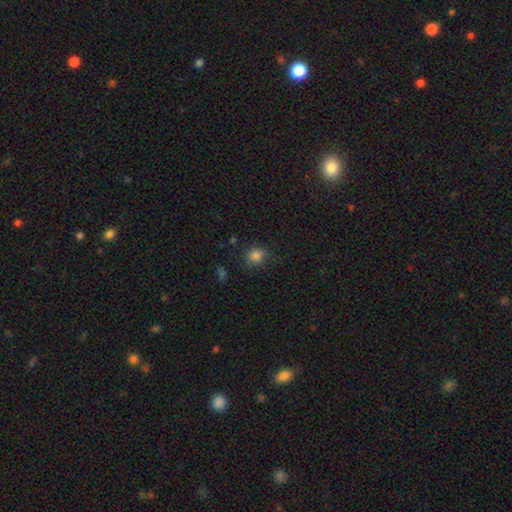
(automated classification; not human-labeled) The model was most divided on "how rounded": round: 73%, in between: 26%, cigar-shaped: 1%. More confident: smooth or featured — smooth (82%); merging — none (75%).